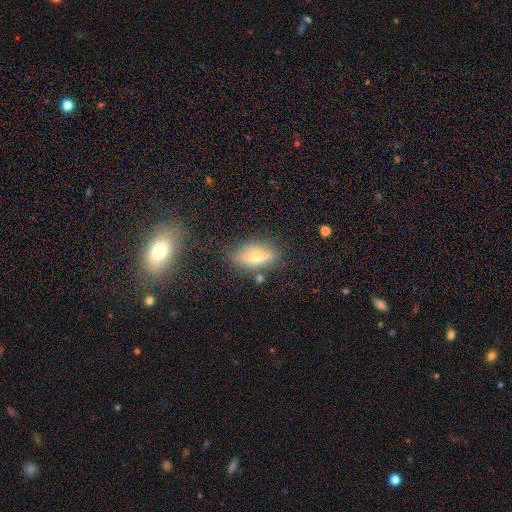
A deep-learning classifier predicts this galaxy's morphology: smooth_or_featured: smooth (p=0.53) [alt: featured or disk p=0.37]
how_rounded: in between (p=0.77) [alt: cigar-shaped p=0.18]
merging: none (p=0.76) [alt: minor disturbance p=0.15]